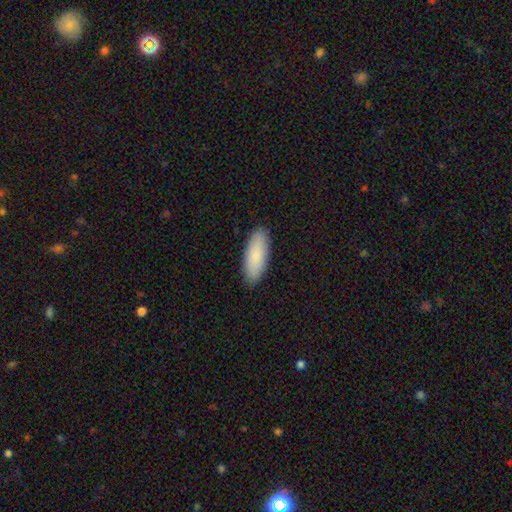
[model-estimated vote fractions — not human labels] smooth 88%, featured or disk 7%, star or artifact 5%. Down the decision tree: how rounded — in between (74%); merging — none (90%).